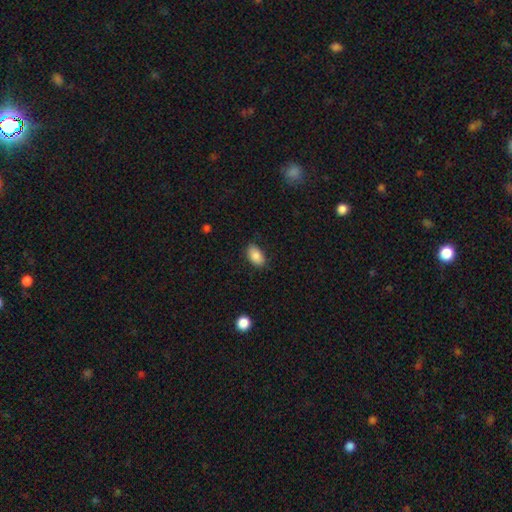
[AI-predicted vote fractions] Smooth or featured: smooth — 86% (star or artifact — 7%)
How rounded: in between — 91% (round — 7%)
Merging: none — 83% (minor disturbance — 14%)